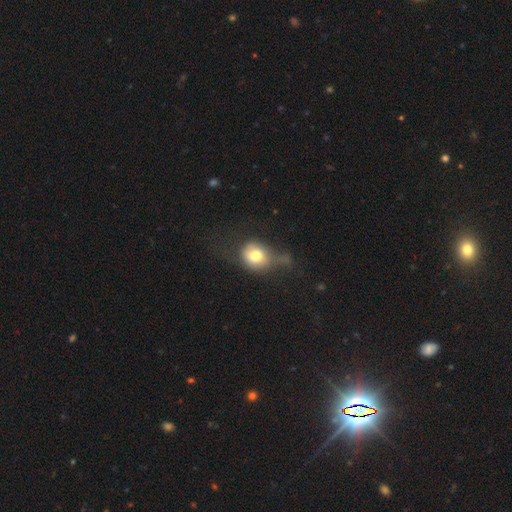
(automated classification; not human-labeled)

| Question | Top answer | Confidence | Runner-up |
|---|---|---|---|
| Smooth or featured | smooth | 72% | featured or disk (17%) |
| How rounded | round | 64% | in between (34%) |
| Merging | none | 33% | tied: minor disturbance (33%) |